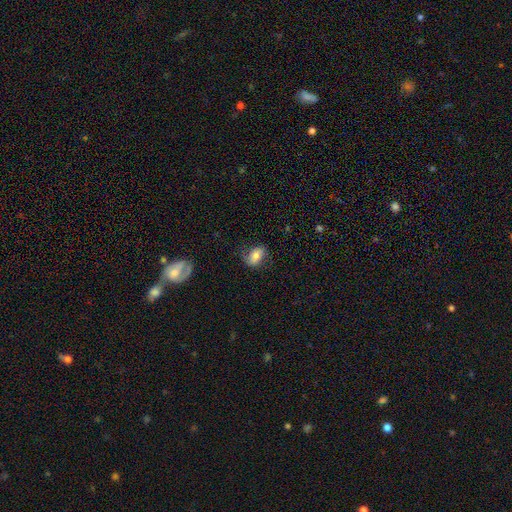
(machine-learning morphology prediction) This is likely a smooth galaxy (62%). How rounded: clearly in between (83%). Merging: likely none (66%).